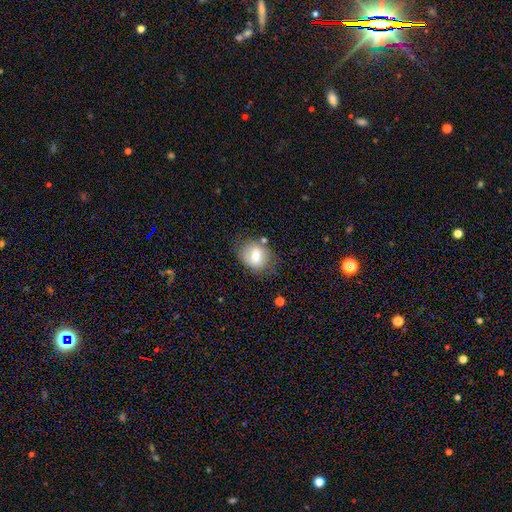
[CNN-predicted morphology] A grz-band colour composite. It shows a smooth galaxy with no disk features (66%) that is in between round and cigar-shaped (64%). Merging: none (65%).